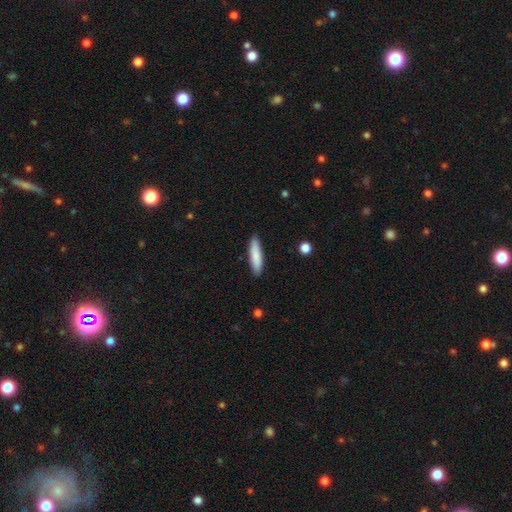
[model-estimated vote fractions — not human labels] smooth_or_featured: smooth (p=0.83) [alt: featured or disk p=0.11]
how_rounded: cigar-shaped (p=0.76) [alt: in between p=0.23]
merging: none (p=0.88) [alt: minor disturbance p=0.09]